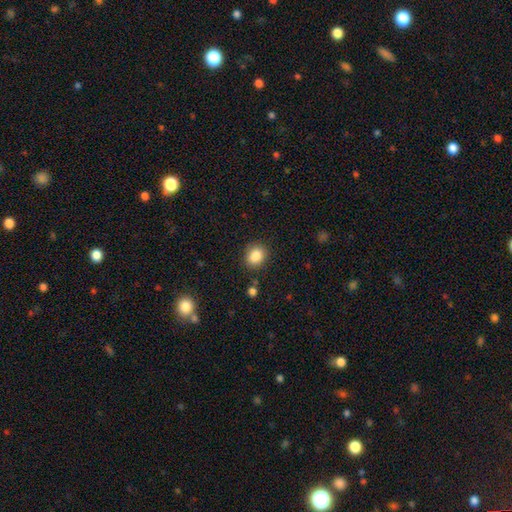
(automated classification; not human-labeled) This appears to be a smooth galaxy with no disk features (86%) that is round (62%). Merging: none (84%).